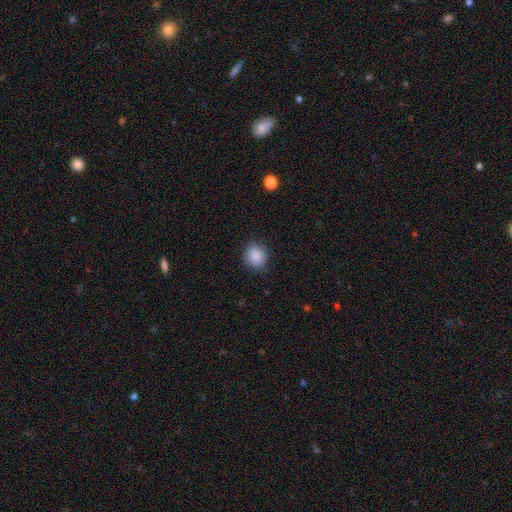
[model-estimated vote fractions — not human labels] A smooth galaxy with no disk features (86%) that is round (83%). Merging: none (85%).